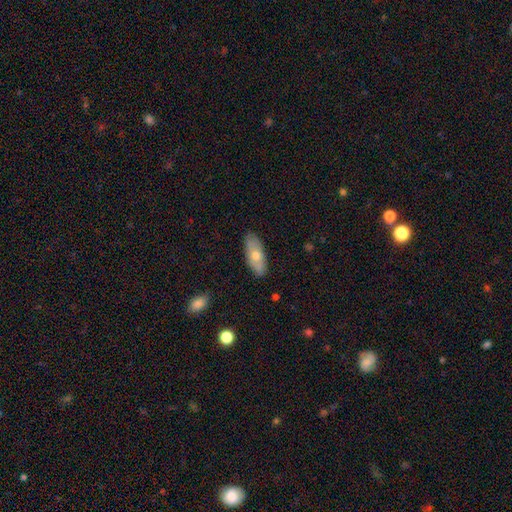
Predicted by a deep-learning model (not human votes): Smooth or featured: smooth — 58% (featured or disk — 35%)
How rounded: in between — 77% (cigar-shaped — 20%)
Merging: none — 86% (minor disturbance — 11%)